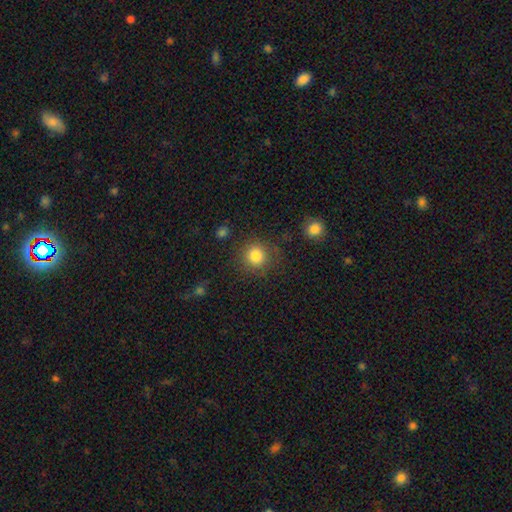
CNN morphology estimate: Overall: smooth (84%). How rounded: round (91%). Merging: none (82%).